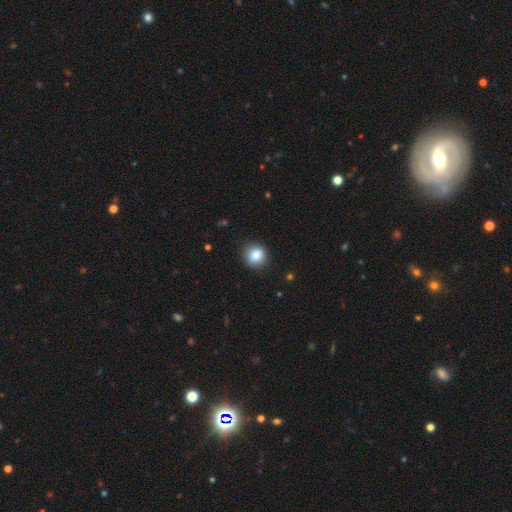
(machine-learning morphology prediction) smooth-or-featured: smooth: 85% | star or artifact: 9% | featured or disk: 6%
  how-rounded: round: 84% | in between: 15% | cigar-shaped: 1%
  merging: none: 87% | minor disturbance: 9% | major disturbance: 2% | merger: 1%